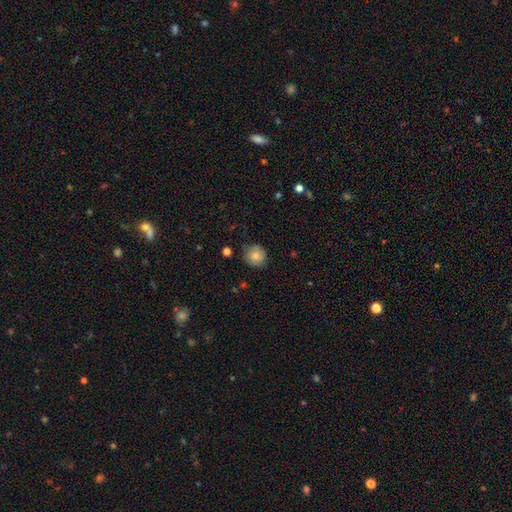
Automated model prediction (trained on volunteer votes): Smooth or featured? smooth (76%)
How rounded? round (86%)
Merging? none (76%)